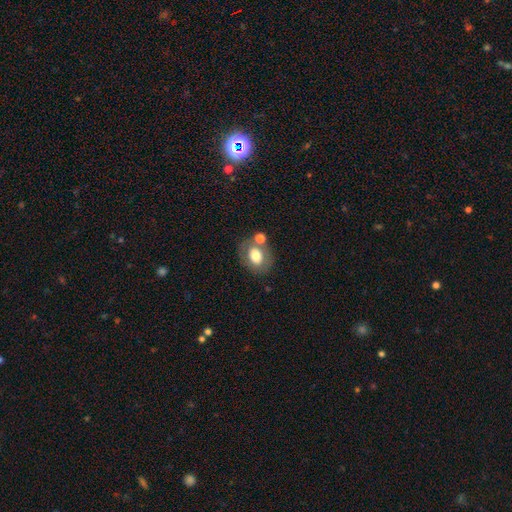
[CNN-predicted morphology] smooth_or_featured: smooth (p=0.69) [alt: featured or disk p=0.22]
how_rounded: in between (p=0.59) [alt: round p=0.40]
merging: none (p=0.58) [alt: merger p=0.22]